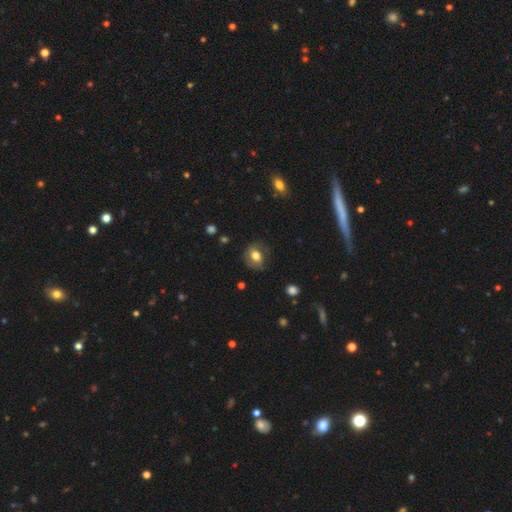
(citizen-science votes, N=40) Morphology: type=smooth (60%); roundness=round (62%); merging=none (68%).